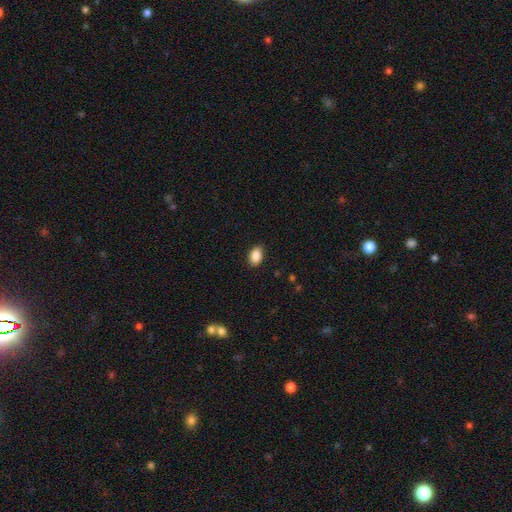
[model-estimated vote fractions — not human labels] Smooth or featured? smooth (89%)
How rounded? in between (85%)
Merging? none (89%)